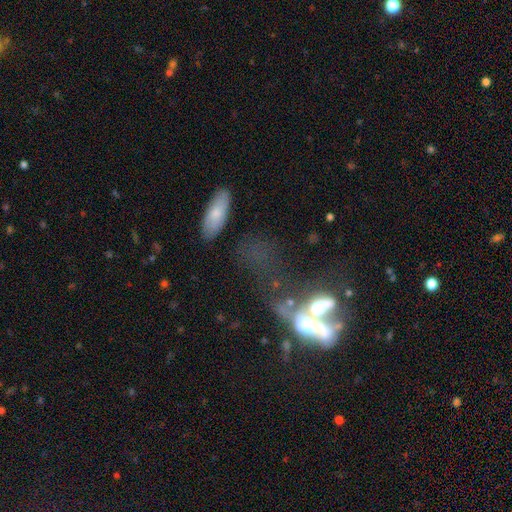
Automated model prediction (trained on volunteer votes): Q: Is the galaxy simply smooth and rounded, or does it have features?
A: featured or disk — 37%.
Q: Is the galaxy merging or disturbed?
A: merger — 33%.